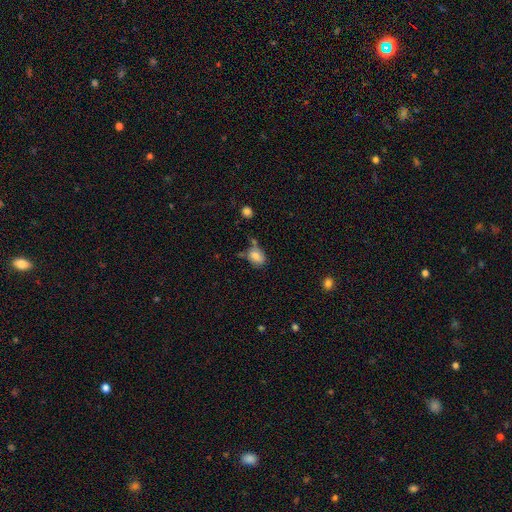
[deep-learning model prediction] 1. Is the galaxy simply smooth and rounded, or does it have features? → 77% smooth, 14% featured or disk, 10% star or artifact.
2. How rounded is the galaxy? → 68% in between, 30% round, 1% cigar-shaped.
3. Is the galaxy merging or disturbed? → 49% none, 26% minor disturbance, 16% merger, 9% major disturbance.